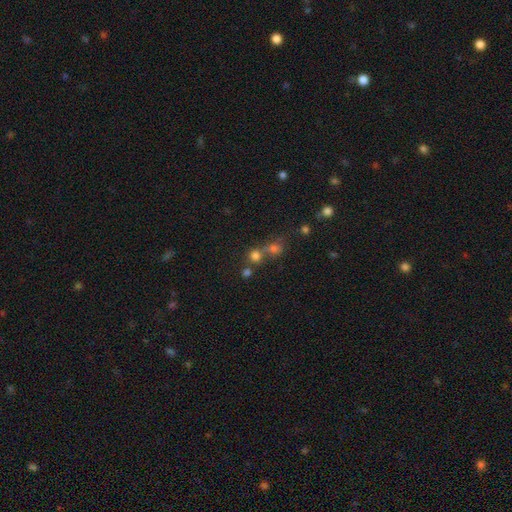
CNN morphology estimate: Smooth or featured? smooth (70%)
How rounded? round (87%)
Merging? none (49%)